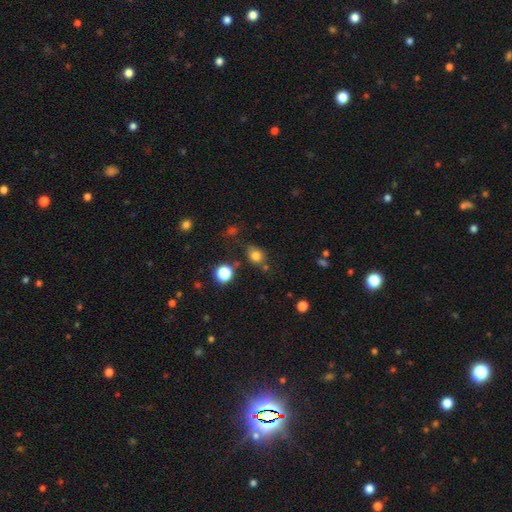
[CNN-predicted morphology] A smooth galaxy with no disk features (78%) that is round (65%).

Vote fractions:
- Smooth or featured? smooth: 78% / star or artifact: 15% / featured or disk: 7%
- How rounded? round: 65% / in between: 33% / cigar-shaped: 1%
- Merging? none: 71% / minor disturbance: 17% / merger: 8% / major disturbance: 5%